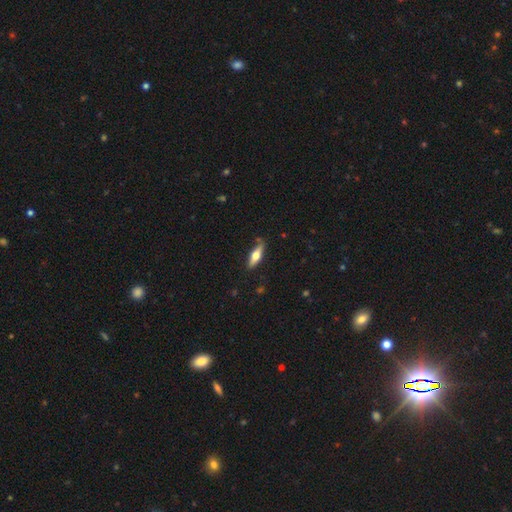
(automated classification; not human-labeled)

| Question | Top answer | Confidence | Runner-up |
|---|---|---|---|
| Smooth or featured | smooth | 54% | featured or disk (40%) |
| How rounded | cigar-shaped | 54% | in between (44%) |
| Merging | none | 79% | minor disturbance (16%) |